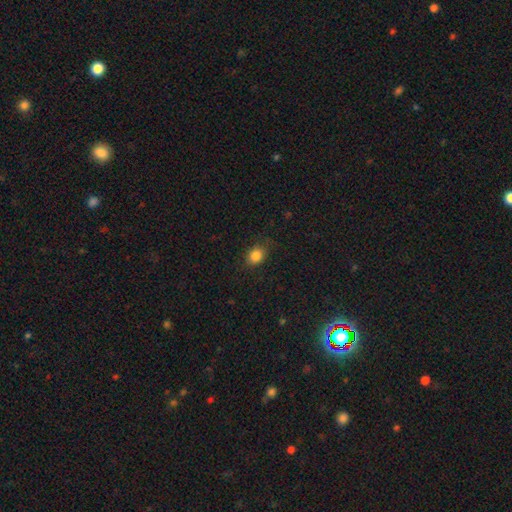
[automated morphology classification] Smooth or featured?
  - smooth: 84% *
  - star or artifact: 11%
  - featured or disk: 5%
How rounded?
  - in between: 50% *
  - round: 49%
  - cigar-shaped: 1%
Merging?
  - none: 81% *
  - minor disturbance: 14%
  - major disturbance: 4%
  - merger: 1%